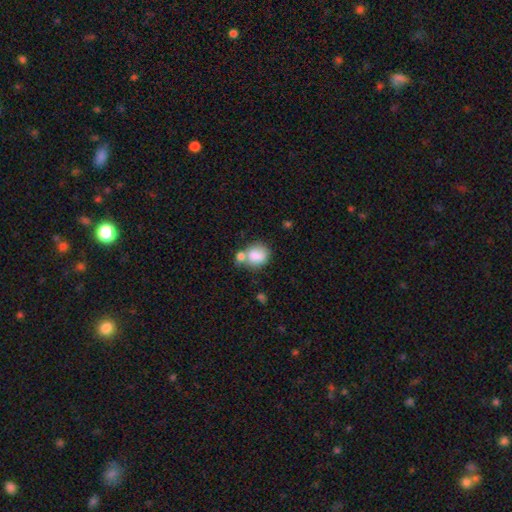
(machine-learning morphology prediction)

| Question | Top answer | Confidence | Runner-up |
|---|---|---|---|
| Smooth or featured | smooth | 78% | featured or disk (14%) |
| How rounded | round | 58% | in between (41%) |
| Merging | merger | 46% | none (34%) |